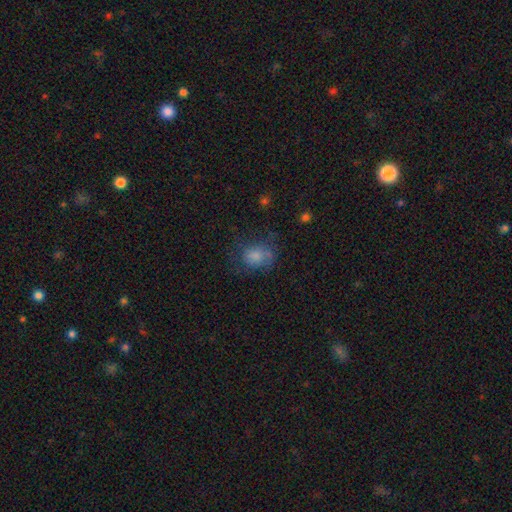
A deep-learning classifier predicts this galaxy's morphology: Smooth or featured?
  - smooth: 66% *
  - featured or disk: 20%
  - star or artifact: 14%
How rounded?
  - round: 52% *
  - in between: 47%
  - cigar-shaped: 1%
Merging?
  - none: 56% *
  - minor disturbance: 24%
  - major disturbance: 18%
  - merger: 3%